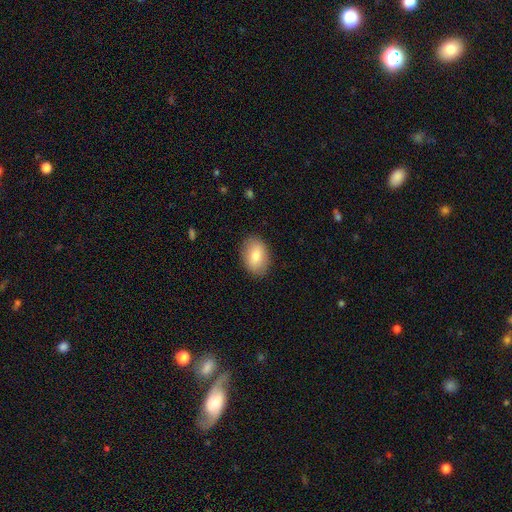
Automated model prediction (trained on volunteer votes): Smooth or featured: smooth — 80% (featured or disk — 13%)
How rounded: in between — 84% (round — 15%)
Merging: none — 87% (minor disturbance — 10%)